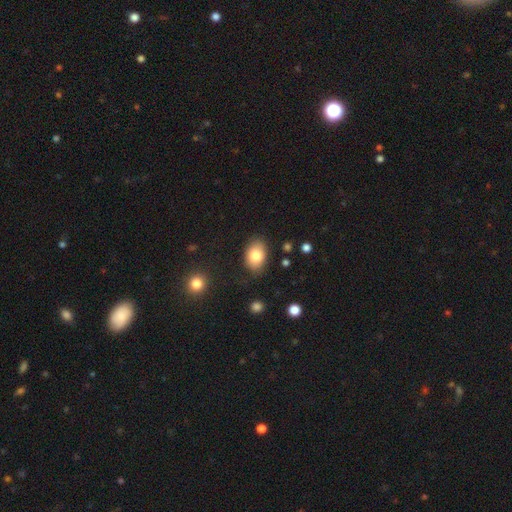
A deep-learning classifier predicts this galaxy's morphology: smooth-or-featured: smooth: 83% | featured or disk: 9% | star or artifact: 7%
  how-rounded: in between: 83% | round: 16% | cigar-shaped: 1%
  merging: none: 81% | minor disturbance: 14% | major disturbance: 3% | merger: 2%